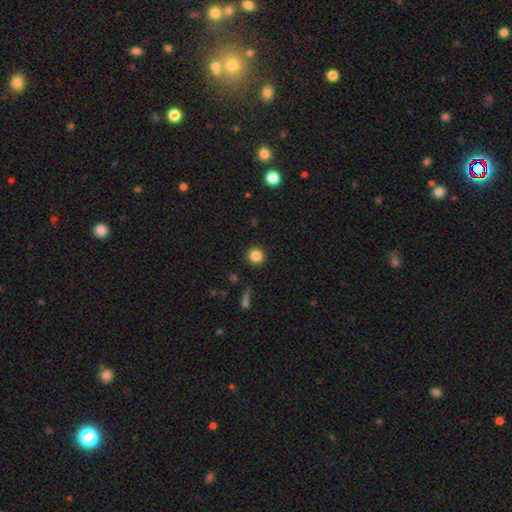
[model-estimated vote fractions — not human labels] This is clearly a smooth galaxy (85%). How rounded: clearly round (93%). Merging: clearly none (90%).